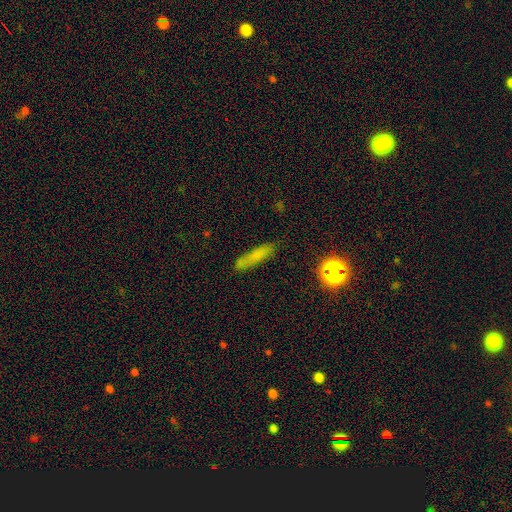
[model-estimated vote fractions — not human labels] Smooth or featured?
  - smooth: 68% *
  - star or artifact: 16%
  - featured or disk: 16%
How rounded?
  - cigar-shaped: 81% *
  - in between: 15%
  - round: 3%
Merging?
  - none: 78% *
  - minor disturbance: 15%
  - major disturbance: 4%
  - merger: 3%